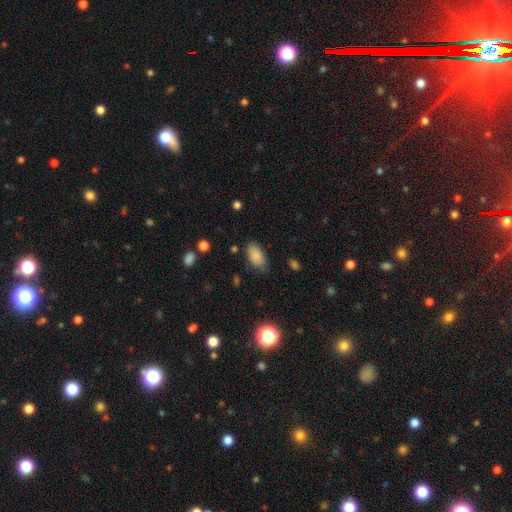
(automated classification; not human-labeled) Smooth or featured? Predicted: smooth (p=0.86). How rounded? Predicted: in between (p=0.94). Merging? Predicted: none (p=0.75).